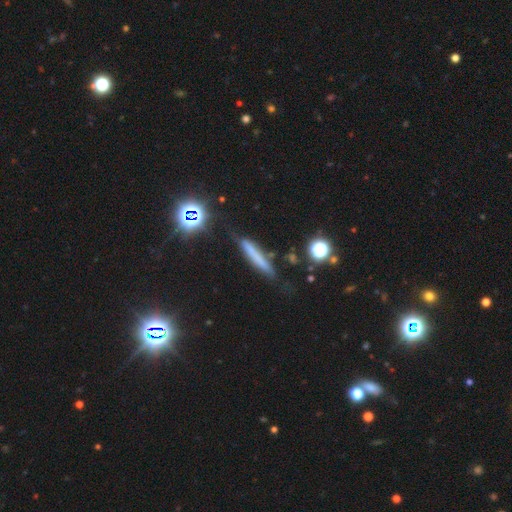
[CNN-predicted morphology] Smooth or featured: smooth — 57% (featured or disk — 28%)
How rounded: cigar-shaped — 91% (in between — 6%)
Merging: none — 73% (minor disturbance — 19%)